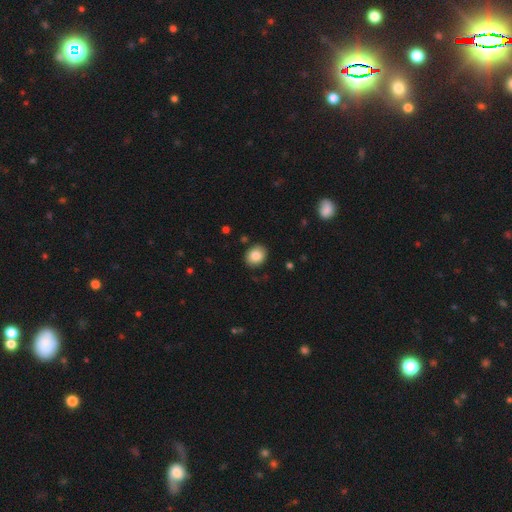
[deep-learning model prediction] This is clearly a smooth galaxy (85%). How rounded: possibly round (57%). Merging: clearly none (88%).